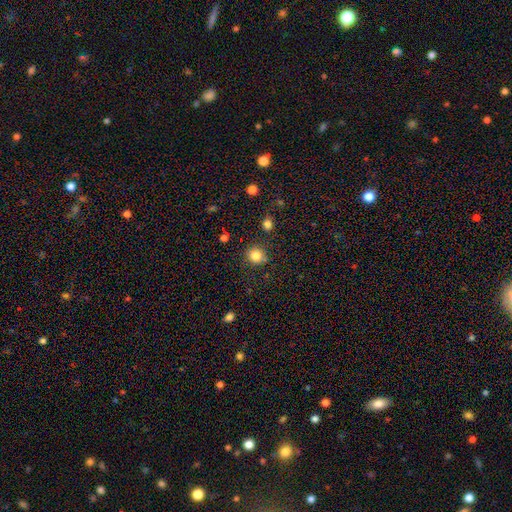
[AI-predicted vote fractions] This is clearly a smooth galaxy (83%). How rounded: clearly round (89%). Merging: clearly none (84%).